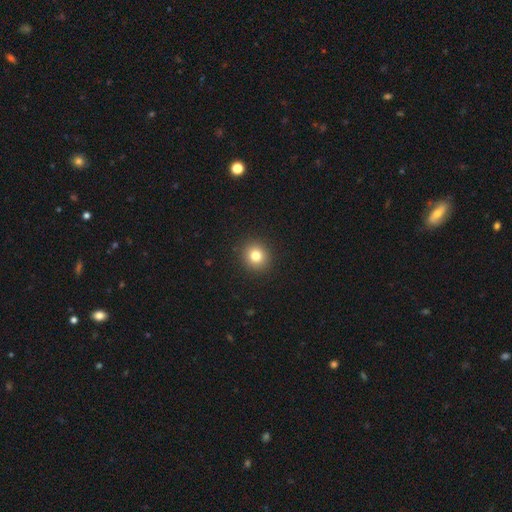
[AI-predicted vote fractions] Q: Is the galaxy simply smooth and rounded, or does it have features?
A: smooth — 80%.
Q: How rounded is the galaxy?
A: round — 88%.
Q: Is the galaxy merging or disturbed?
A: none — 92%.